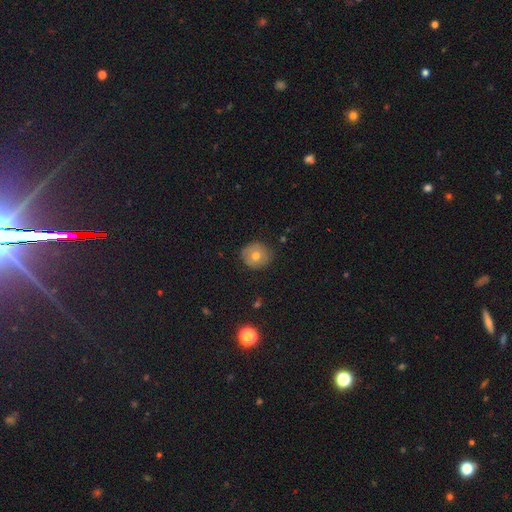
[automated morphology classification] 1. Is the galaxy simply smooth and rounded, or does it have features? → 65% smooth, 24% featured or disk, 10% star or artifact.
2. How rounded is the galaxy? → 89% round, 10% in between, 1% cigar-shaped.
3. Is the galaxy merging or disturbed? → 84% none, 12% minor disturbance, 3% major disturbance, 1% merger.